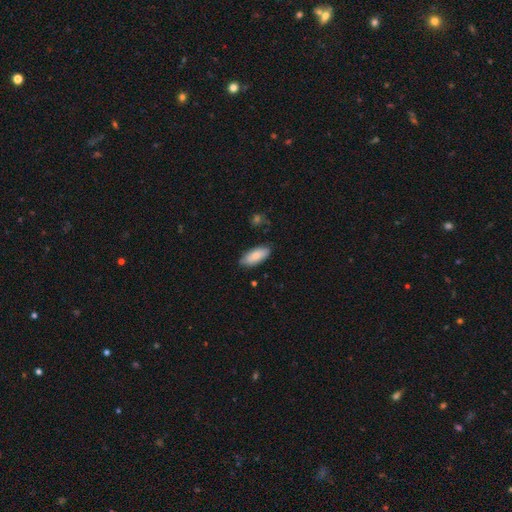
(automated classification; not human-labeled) Smooth or featured?
  - smooth: 79% *
  - featured or disk: 15%
  - star or artifact: 6%
How rounded?
  - in between: 86% *
  - cigar-shaped: 12%
  - round: 2%
Merging?
  - none: 78% *
  - minor disturbance: 18%
  - major disturbance: 3%
  - merger: 2%